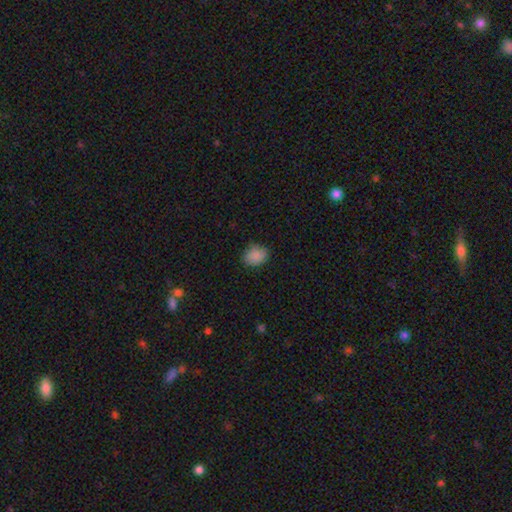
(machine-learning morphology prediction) This appears to be a smooth galaxy with no disk features (87%) that is round (50%). Merging: none (82%).